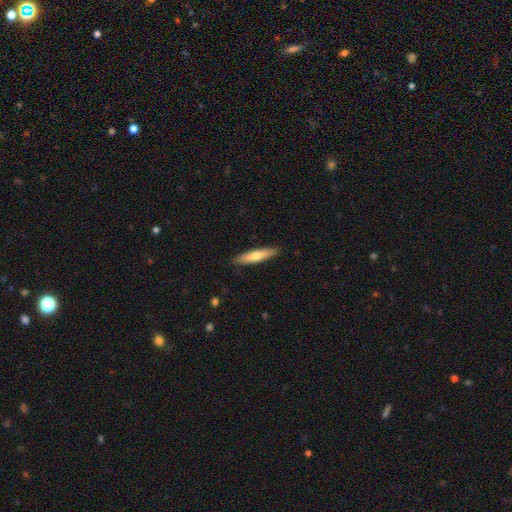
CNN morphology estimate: Q: Smooth or featured?
A: smooth (56%); runner-up: featured or disk (38%)
Q: How rounded?
A: cigar-shaped (87%); runner-up: in between (11%)
Q: Merging?
A: none (90%); runner-up: minor disturbance (7%)